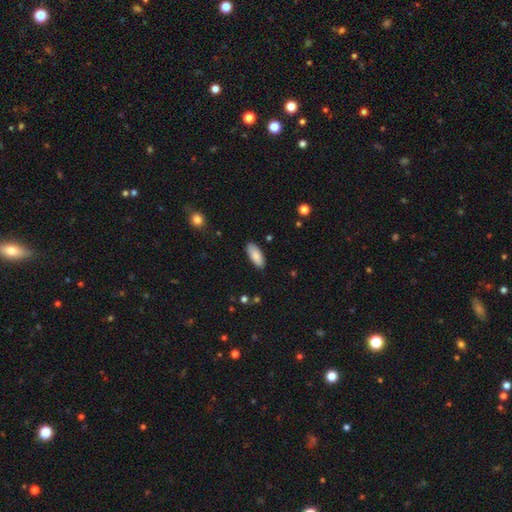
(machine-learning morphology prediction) smooth 87%, featured or disk 7%, star or artifact 6%. Down the decision tree: how rounded — in between (82%); merging — none (87%).